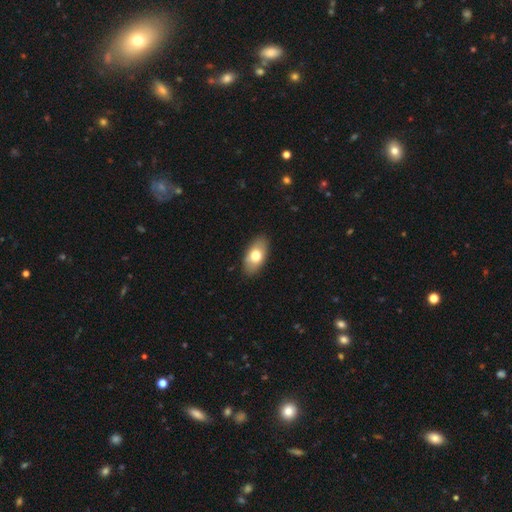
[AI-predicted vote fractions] A smooth galaxy with no disk features (71%) that is in between round and cigar-shaped (92%).

Vote fractions:
- Smooth or featured? smooth: 71% / featured or disk: 22% / star or artifact: 6%
- How rounded? in between: 92% / round: 5% / cigar-shaped: 3%
- Merging? none: 87% / minor disturbance: 10% / major disturbance: 2% / merger: 1%